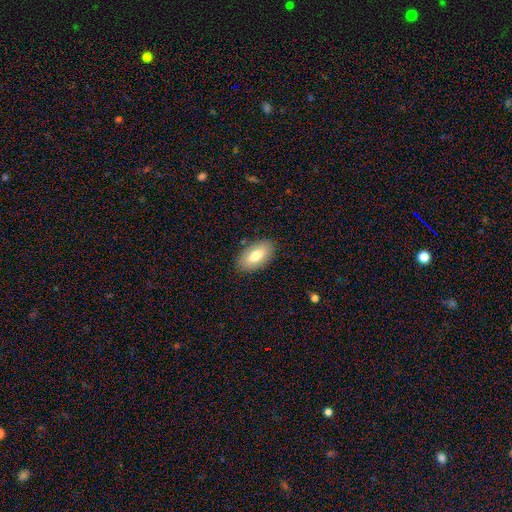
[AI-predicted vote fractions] The model was most divided on "smooth or featured": smooth: 75%, featured or disk: 19%, star or artifact: 6%. More confident: how rounded — in between (94%); merging — none (86%).